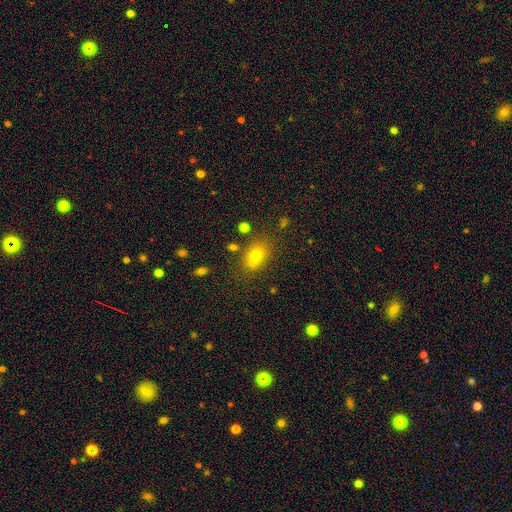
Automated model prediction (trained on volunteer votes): A smooth galaxy with no disk features (73%) that is in between round and cigar-shaped (78%).

Vote fractions:
- Smooth or featured? smooth: 73% / featured or disk: 14% / star or artifact: 13%
- How rounded? in between: 78% / round: 18% / cigar-shaped: 3%
- Merging? none: 72% / minor disturbance: 17% / merger: 6% / major disturbance: 6%